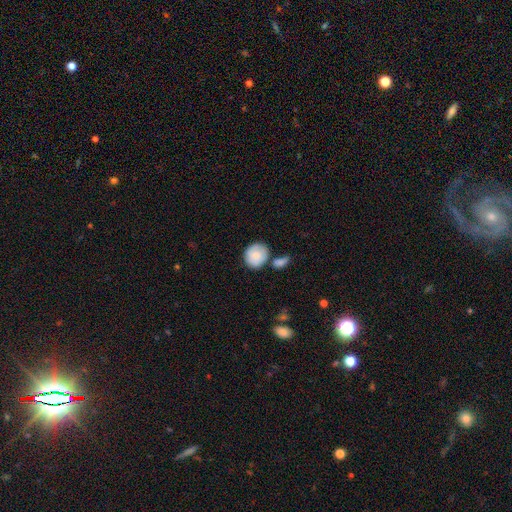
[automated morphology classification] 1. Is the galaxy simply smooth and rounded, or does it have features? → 79% smooth, 14% featured or disk, 6% star or artifact.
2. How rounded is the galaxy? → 79% round, 20% in between, 1% cigar-shaped.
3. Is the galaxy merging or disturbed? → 58% none, 20% merger, 18% minor disturbance, 5% major disturbance.